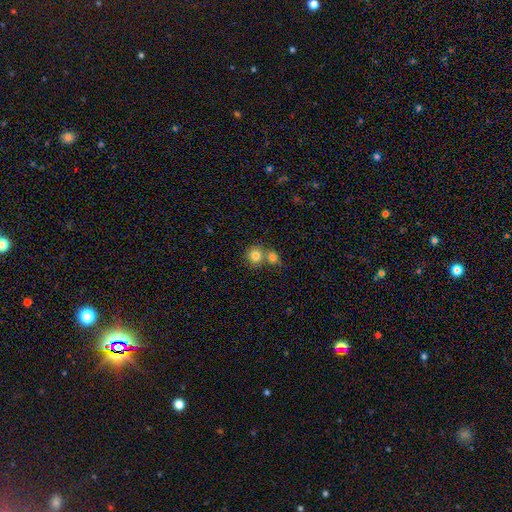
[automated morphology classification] Smooth or featured? Predicted: smooth (p=0.81). How rounded? Predicted: round (p=0.86). Merging? Predicted: none (p=0.49).